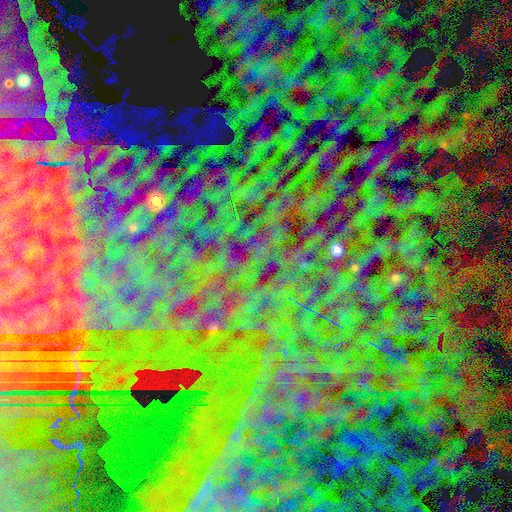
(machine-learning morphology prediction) Overall: star or artifact (85%).